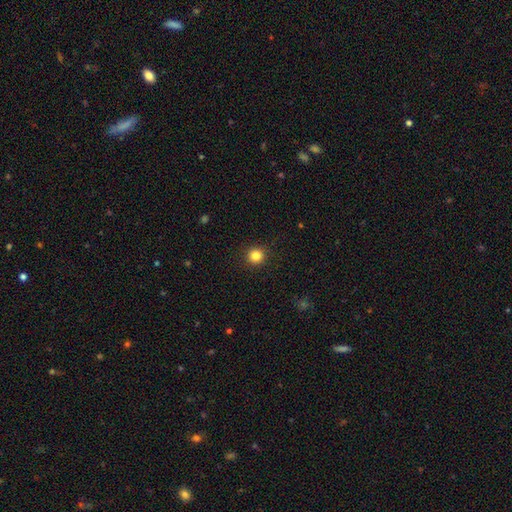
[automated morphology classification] Smooth or featured?
  - smooth: 83% *
  - star or artifact: 12%
  - featured or disk: 5%
How rounded?
  - round: 94% *
  - in between: 5%
  - cigar-shaped: 1%
Merging?
  - none: 92% *
  - minor disturbance: 5%
  - major disturbance: 2%
  - merger: 1%